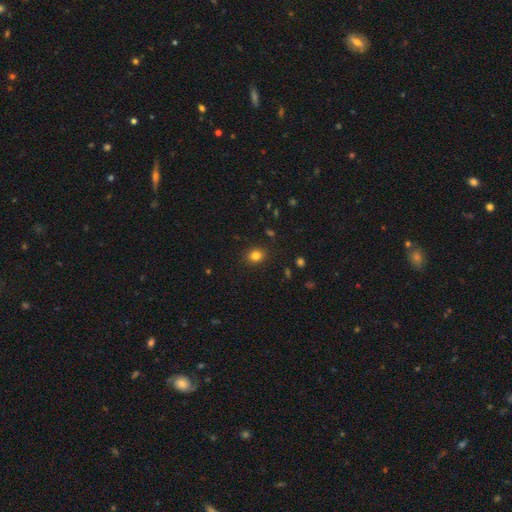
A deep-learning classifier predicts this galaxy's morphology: smooth-or-featured: smooth: 82% | star or artifact: 13% | featured or disk: 5%
  how-rounded: round: 64% | in between: 35% | cigar-shaped: 1%
  merging: none: 89% | minor disturbance: 8% | major disturbance: 2% | merger: 1%